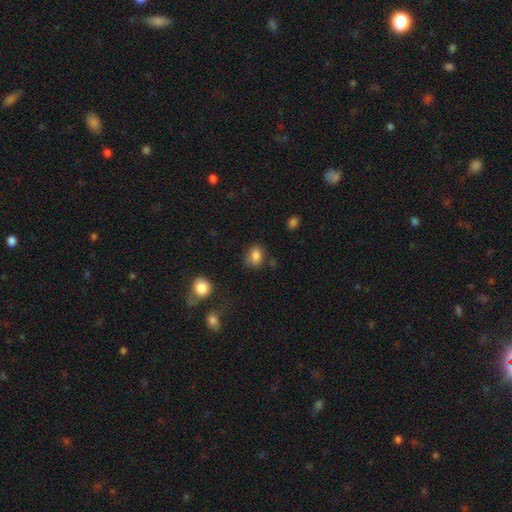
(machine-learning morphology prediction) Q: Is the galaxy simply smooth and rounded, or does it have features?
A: smooth — 84%.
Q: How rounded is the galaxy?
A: in between — 61%.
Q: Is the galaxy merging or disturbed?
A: none — 69%.